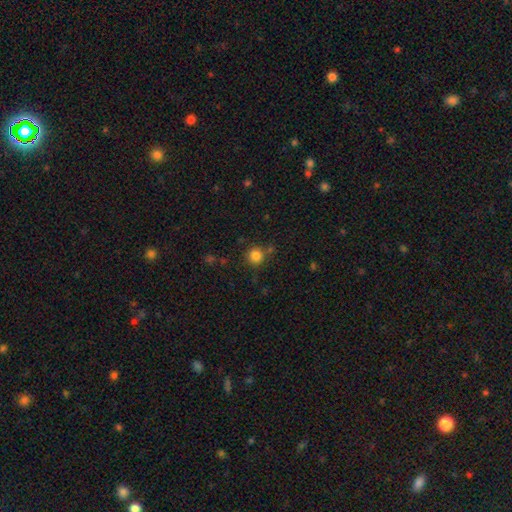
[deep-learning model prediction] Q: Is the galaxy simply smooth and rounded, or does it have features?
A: smooth — 83%.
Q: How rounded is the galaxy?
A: round — 94%.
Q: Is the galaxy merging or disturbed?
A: none — 79%.